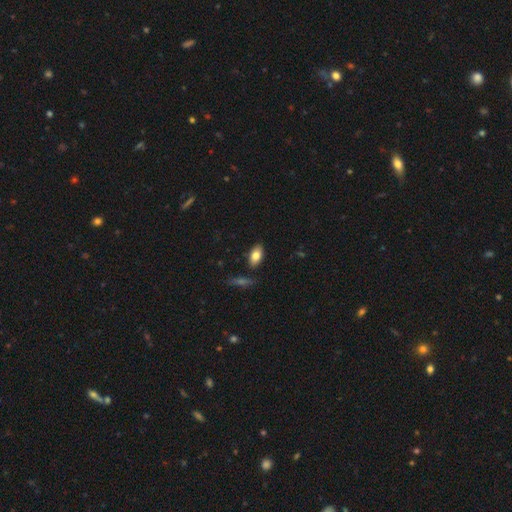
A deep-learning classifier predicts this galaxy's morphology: smooth 81%, featured or disk 12%, star or artifact 7%. Down the decision tree: how rounded — in between (92%); merging — none (84%).